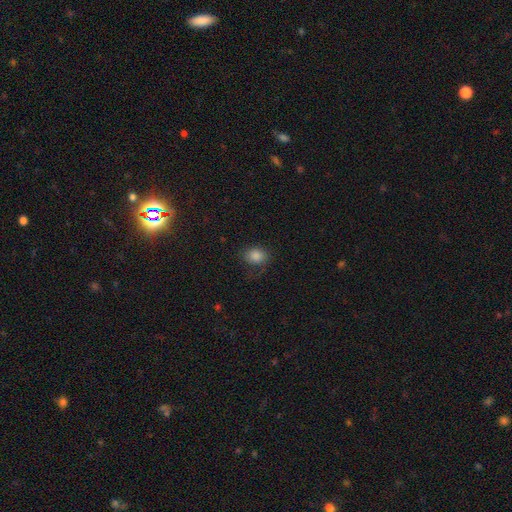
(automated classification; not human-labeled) A smooth galaxy with no disk features (83%) that is in between round and cigar-shaped (58%). Merging: none (70%).